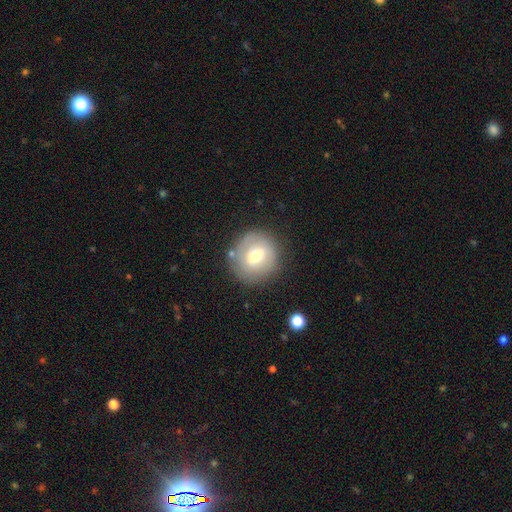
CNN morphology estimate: The model was most divided on "smooth or featured": smooth: 51%, featured or disk: 41%, star or artifact: 8%. More confident: how rounded — round (85%); merging — none (80%).